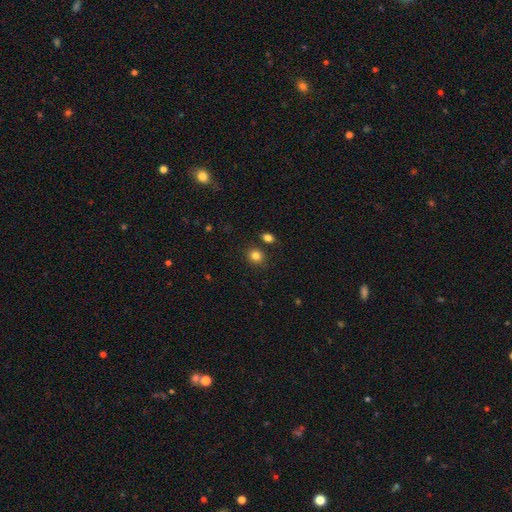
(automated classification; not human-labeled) This appears to be a smooth galaxy with no disk features (83%) that is round (76%). Merging: none (80%).